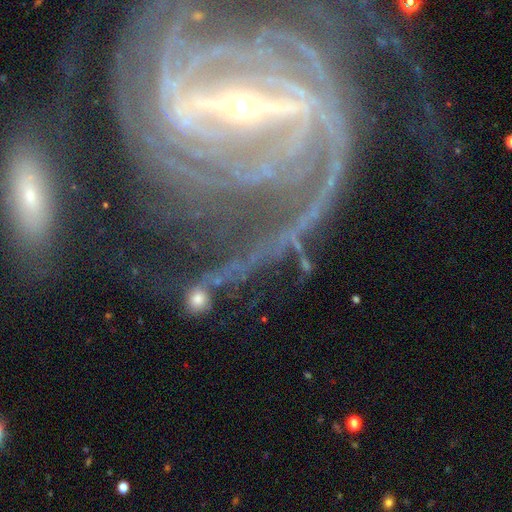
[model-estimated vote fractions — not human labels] This appears to be a featured or disk galaxy (71%) with a strong bar (46%), 2 (29%) tight (49%) spiral arms (87%) and a small central bulge (59%). Merging: none (62%).